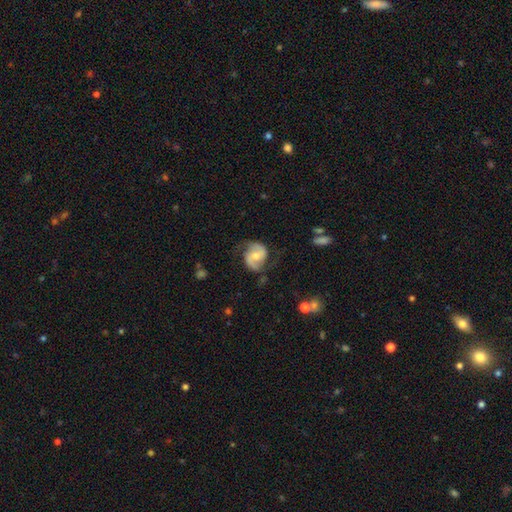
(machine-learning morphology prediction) featured or disk 79%, smooth 15%, star or artifact 6%. Down the decision tree: edge-on disk — no (98%); bar — no (45%); spiral arms — yes (95%); spiral arm count — 2 (91%); spiral winding — medium (49%); bulge size — moderate (57%); merging — none (72%).